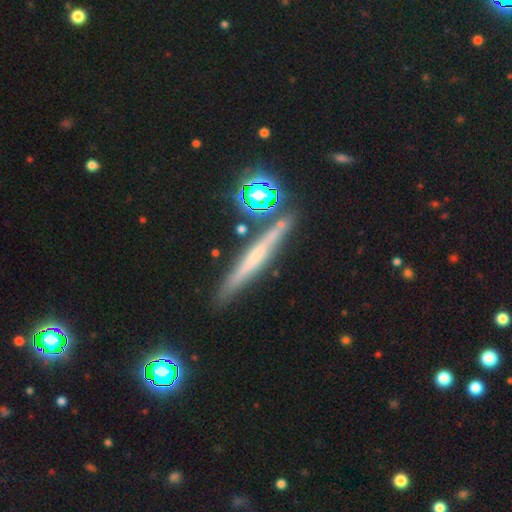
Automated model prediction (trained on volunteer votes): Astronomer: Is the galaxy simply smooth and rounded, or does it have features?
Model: featured or disk — 55% (runner-up: smooth, 32%).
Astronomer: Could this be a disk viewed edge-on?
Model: yes — 94%.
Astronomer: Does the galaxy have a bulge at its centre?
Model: none — 60%.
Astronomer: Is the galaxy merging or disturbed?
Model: none — 83%.